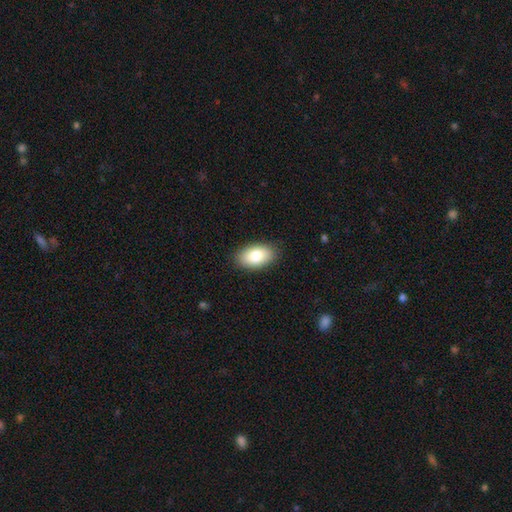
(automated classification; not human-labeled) The model was most divided on "smooth or featured": smooth: 82%, featured or disk: 11%, star or artifact: 7%. More confident: how rounded — in between (93%); merging — none (88%).